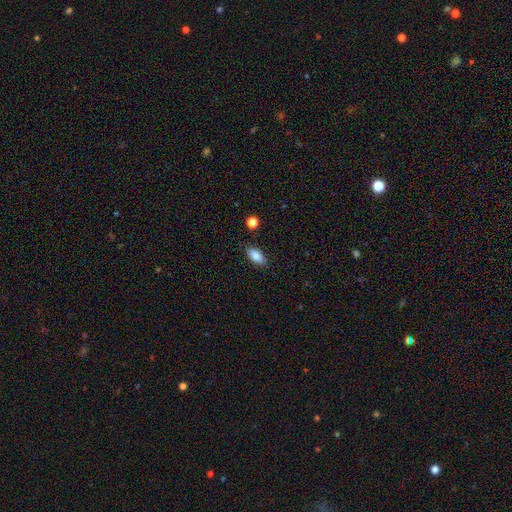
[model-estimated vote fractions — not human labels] This is clearly a smooth galaxy (85%). How rounded: clearly in between (89%). Merging: clearly none (85%).